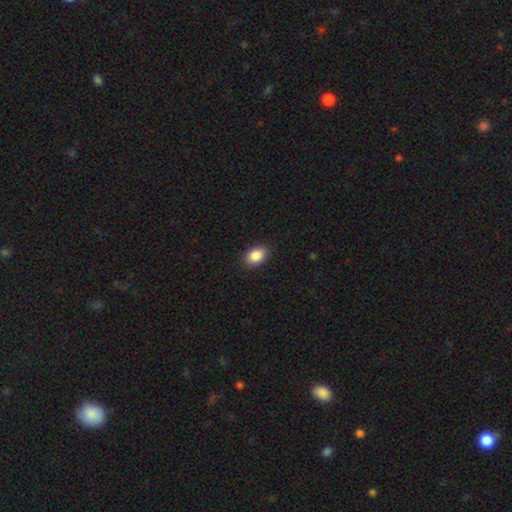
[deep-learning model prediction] Smooth or featured?
  - smooth: 88% *
  - star or artifact: 8%
  - featured or disk: 4%
How rounded?
  - in between: 81% *
  - round: 18%
  - cigar-shaped: 1%
Merging?
  - none: 88% *
  - minor disturbance: 9%
  - major disturbance: 2%
  - merger: 1%